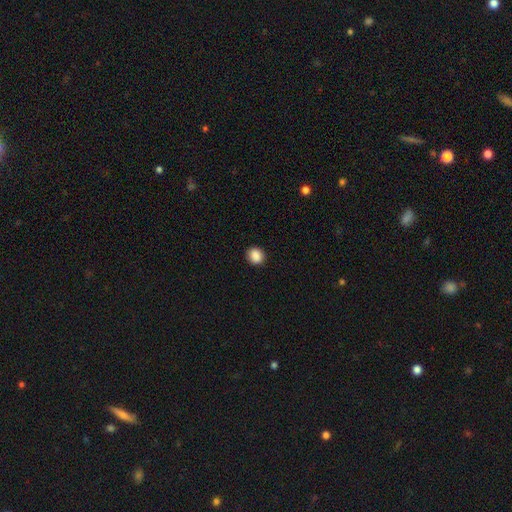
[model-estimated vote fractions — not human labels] Smooth or featured? smooth (88%)
How rounded? round (68%)
Merging? none (90%)